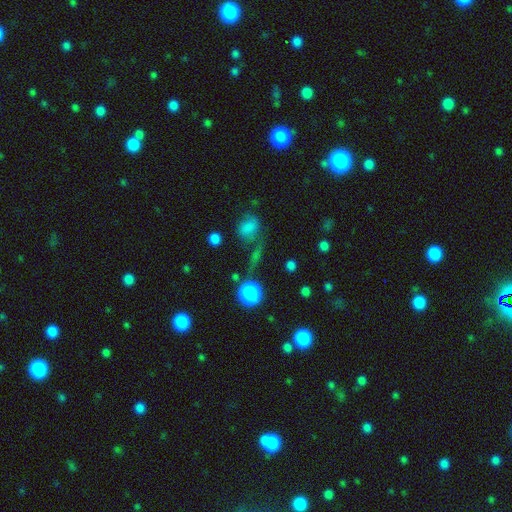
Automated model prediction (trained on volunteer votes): Q: Smooth or featured?
A: smooth (48%); runner-up: star or artifact (39%)
Q: Merging?
A: none (57%); runner-up: minor disturbance (16%)